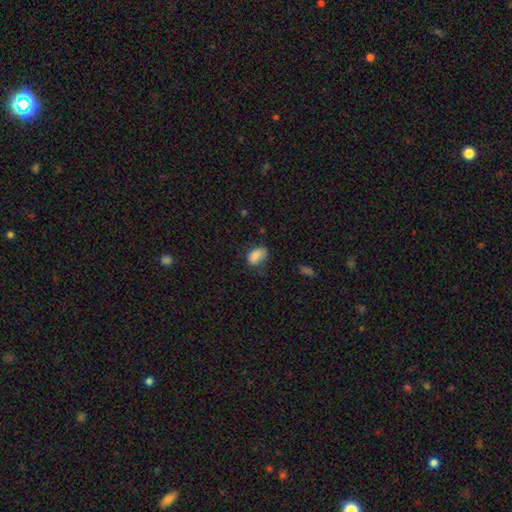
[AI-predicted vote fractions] Morphology: type=smooth (84%); roundness=in between (85%); merging=none (63%).